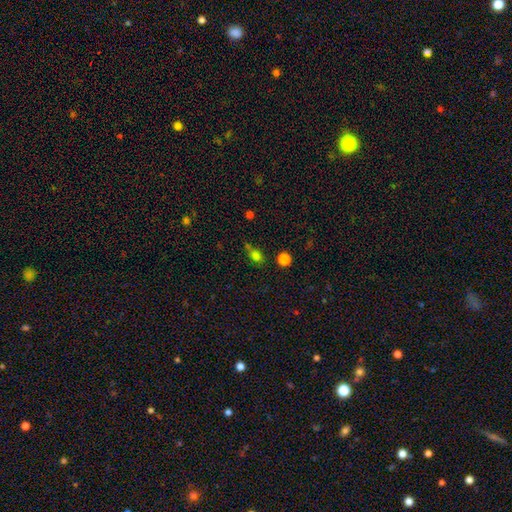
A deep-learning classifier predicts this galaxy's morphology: type=smooth (76%); roundness=in between (55%); merging=none (57%).